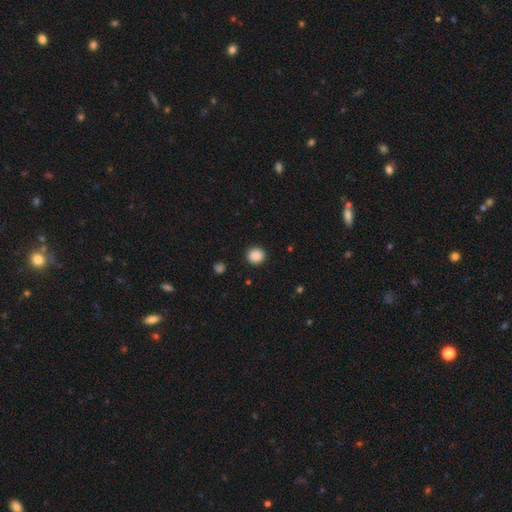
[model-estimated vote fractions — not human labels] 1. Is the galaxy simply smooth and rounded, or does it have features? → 88% smooth, 9% star or artifact, 3% featured or disk.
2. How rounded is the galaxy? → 90% round, 9% in between, 1% cigar-shaped.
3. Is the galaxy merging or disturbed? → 92% none, 5% minor disturbance, 2% major disturbance, 1% merger.